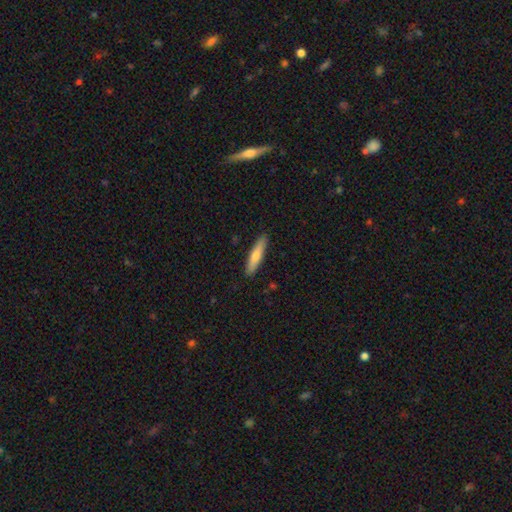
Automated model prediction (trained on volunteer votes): Smooth or featured: smooth — 66% (featured or disk — 28%)
How rounded: cigar-shaped — 83% (in between — 15%)
Merging: none — 90% (minor disturbance — 8%)